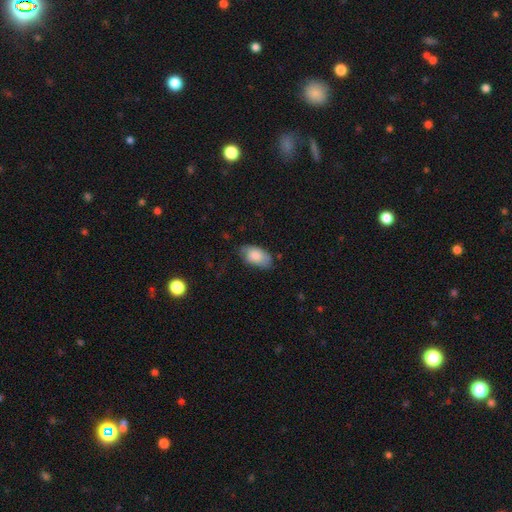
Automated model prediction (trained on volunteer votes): Smooth or featured: smooth — 79% (featured or disk — 14%)
How rounded: in between — 93% (round — 4%)
Merging: none — 63% (minor disturbance — 28%)